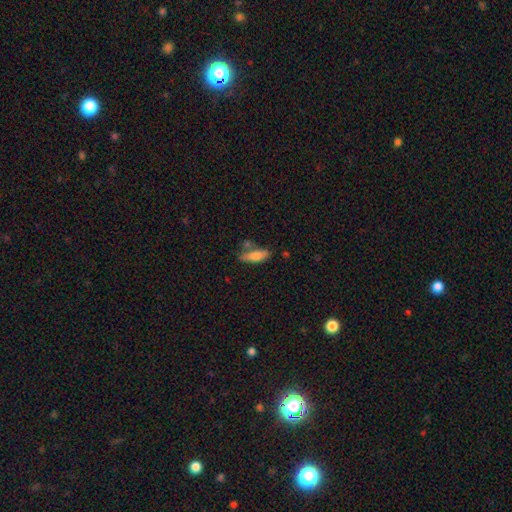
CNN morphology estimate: Q: Smooth or featured?
A: smooth (72%); runner-up: featured or disk (21%)
Q: How rounded?
A: in between (54%); runner-up: cigar-shaped (44%)
Q: Merging?
A: none (61%); runner-up: minor disturbance (19%)